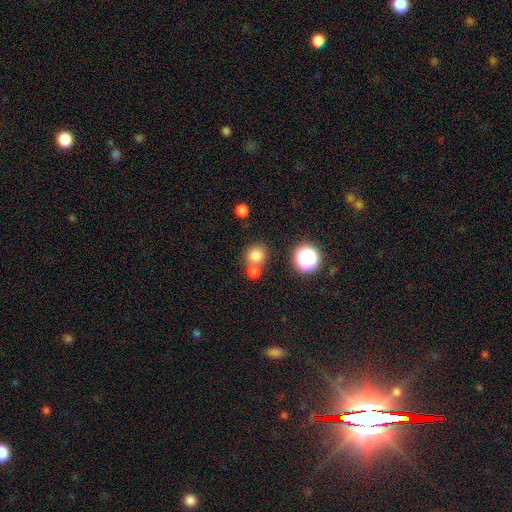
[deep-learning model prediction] This is likely a smooth galaxy (79%). How rounded: clearly round (83%). Merging: possibly none (54%).